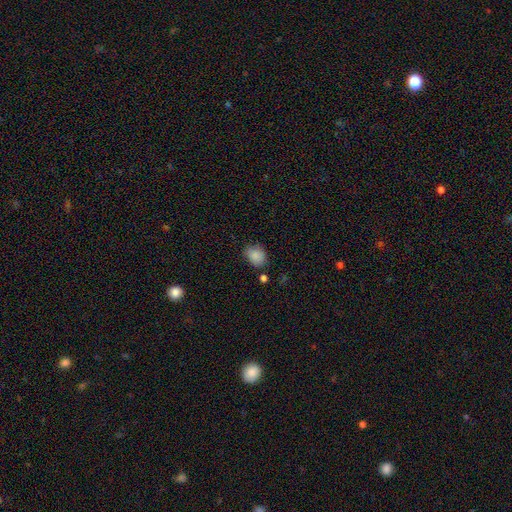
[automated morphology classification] Q: Smooth or featured?
A: smooth (86%); runner-up: star or artifact (9%)
Q: How rounded?
A: in between (55%); runner-up: round (44%)
Q: Merging?
A: none (69%); runner-up: minor disturbance (21%)